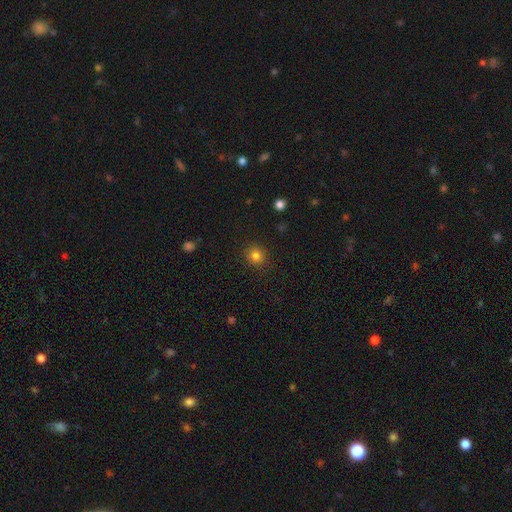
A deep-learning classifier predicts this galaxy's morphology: Q: Smooth or featured?
A: smooth (82%); runner-up: star or artifact (13%)
Q: How rounded?
A: round (90%); runner-up: in between (10%)
Q: Merging?
A: none (90%); runner-up: minor disturbance (7%)